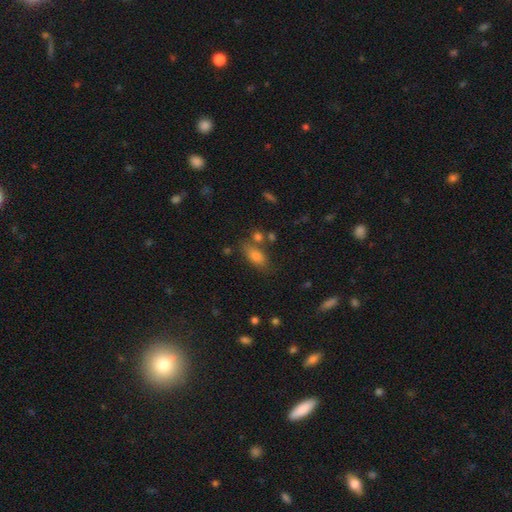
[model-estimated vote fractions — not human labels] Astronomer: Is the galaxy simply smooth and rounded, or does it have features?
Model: smooth — 75%.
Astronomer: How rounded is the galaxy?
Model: in between — 80%.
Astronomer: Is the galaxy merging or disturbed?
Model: none — 64%.